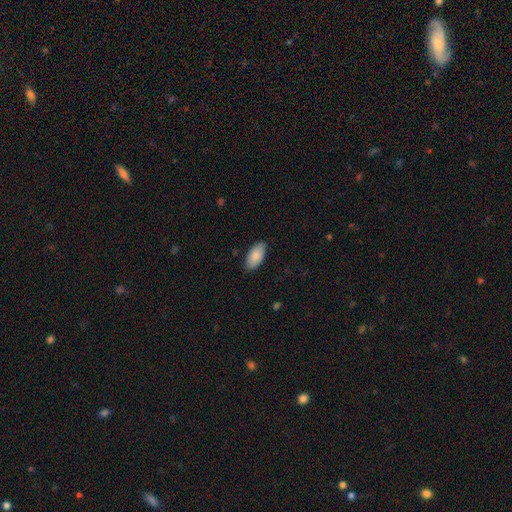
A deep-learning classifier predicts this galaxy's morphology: Smooth or featured?
  - smooth: 86% *
  - featured or disk: 8%
  - star or artifact: 6%
How rounded?
  - in between: 94% *
  - cigar-shaped: 4%
  - round: 2%
Merging?
  - none: 83% *
  - minor disturbance: 14%
  - major disturbance: 2%
  - merger: 1%